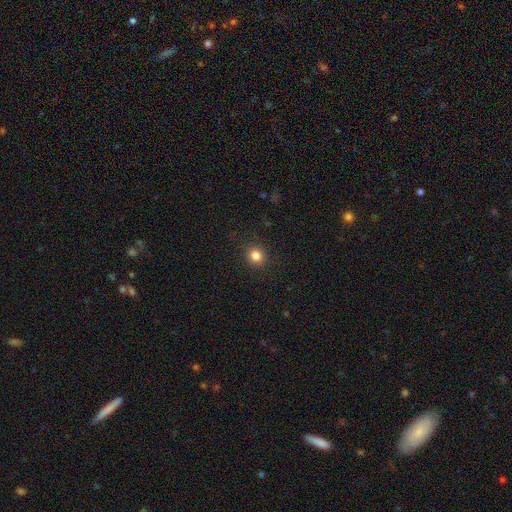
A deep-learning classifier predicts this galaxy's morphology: smooth-or-featured: smooth: 83% | star or artifact: 12% | featured or disk: 5%
  how-rounded: round: 84% | in between: 15% | cigar-shaped: 1%
  merging: none: 91% | minor disturbance: 6% | major disturbance: 2% | merger: 1%